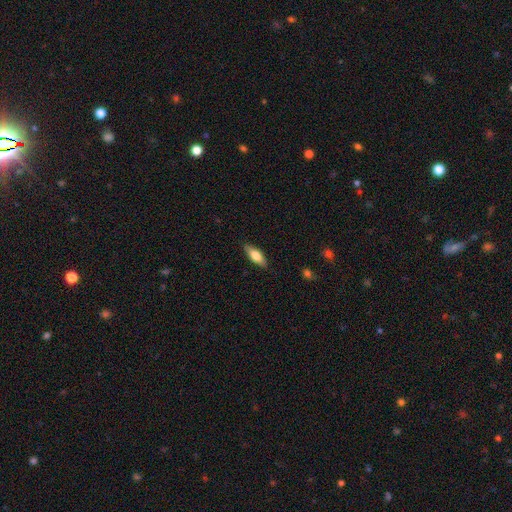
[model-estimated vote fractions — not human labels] Smooth or featured? smooth (74%)
How rounded? in between (72%)
Merging? none (86%)